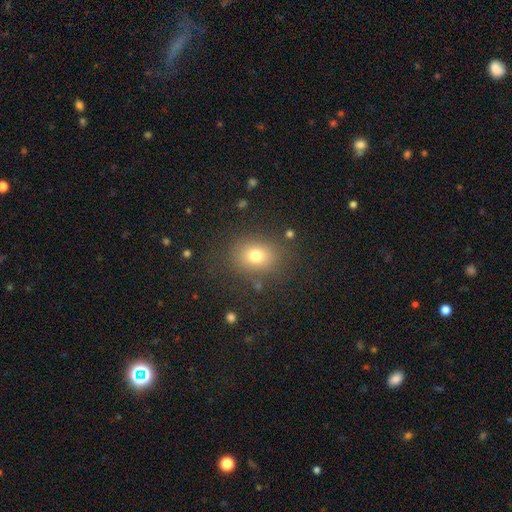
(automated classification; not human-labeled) A smooth galaxy with no disk features (75%) that is round (55%). Merging: none (81%).